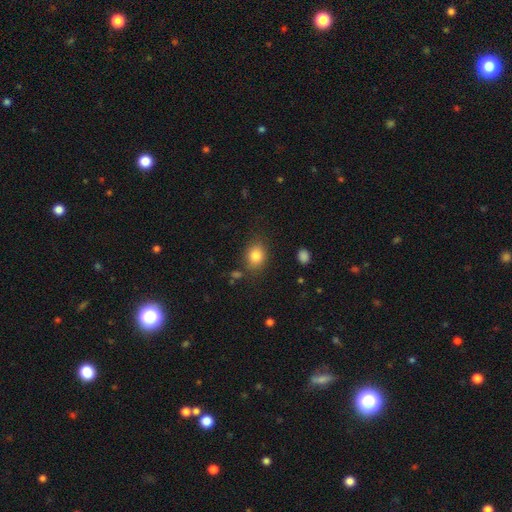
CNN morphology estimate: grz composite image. It shows a smooth galaxy with no disk features (83%) that is in between round and cigar-shaped (51%). Merging: none (78%).